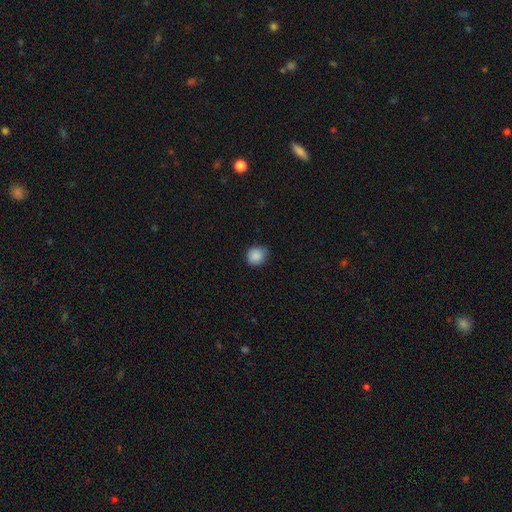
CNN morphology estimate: A smooth galaxy with no disk features (88%) that is round (83%). Merging: none (79%).